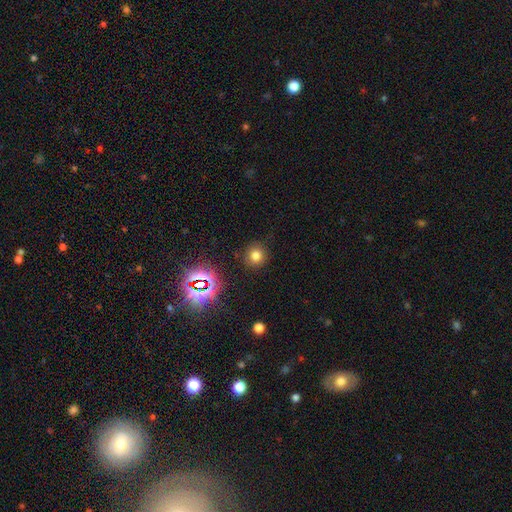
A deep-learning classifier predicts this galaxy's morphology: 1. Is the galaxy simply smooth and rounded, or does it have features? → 73% smooth, 21% star or artifact, 7% featured or disk.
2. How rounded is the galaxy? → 89% round, 10% in between, 1% cigar-shaped.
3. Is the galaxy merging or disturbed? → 87% none, 8% minor disturbance, 3% major disturbance, 2% merger.